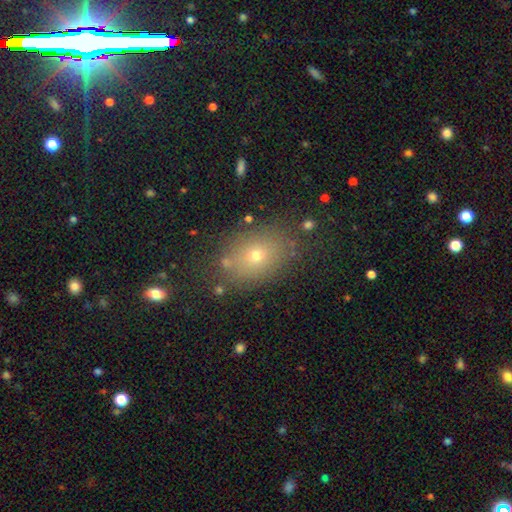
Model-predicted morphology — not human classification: The model was most divided on "how rounded": in between: 66%, round: 33%, cigar-shaped: 2%. More confident: merging — none (81%); smooth or featured — smooth (64%).